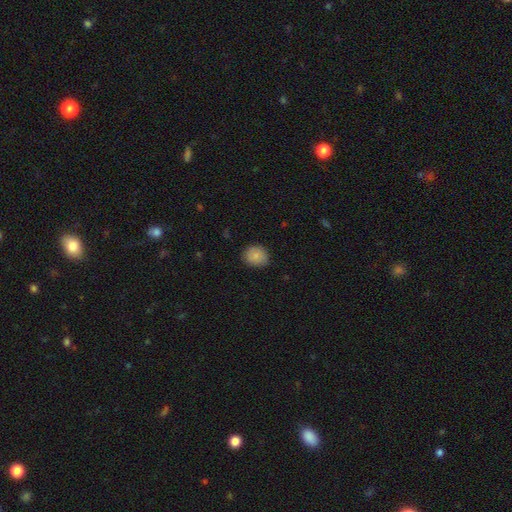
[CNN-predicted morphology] smooth_or_featured: smooth (p=0.83) [alt: featured or disk p=0.09]
how_rounded: round (p=0.69) [alt: in between p=0.30]
merging: none (p=0.82) [alt: minor disturbance p=0.14]